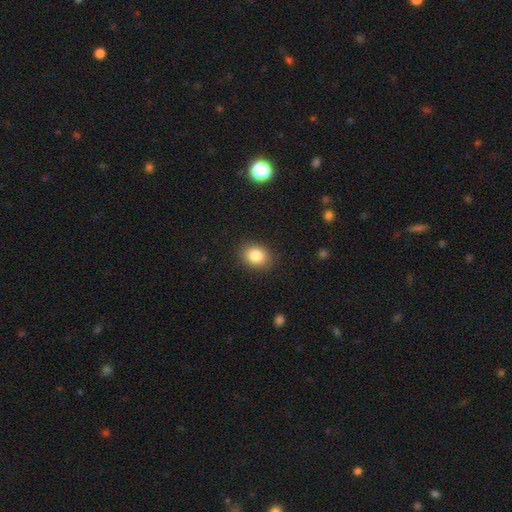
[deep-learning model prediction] Smooth or featured? Predicted: smooth (p=0.84). How rounded? Predicted: round (p=0.51). Merging? Predicted: none (p=0.88).